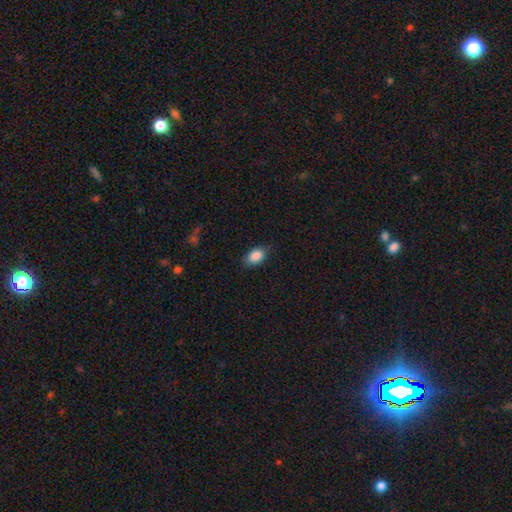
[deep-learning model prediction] Smooth or featured: smooth — 88% (star or artifact — 8%)
How rounded: in between — 89% (round — 9%)
Merging: none — 81% (minor disturbance — 15%)